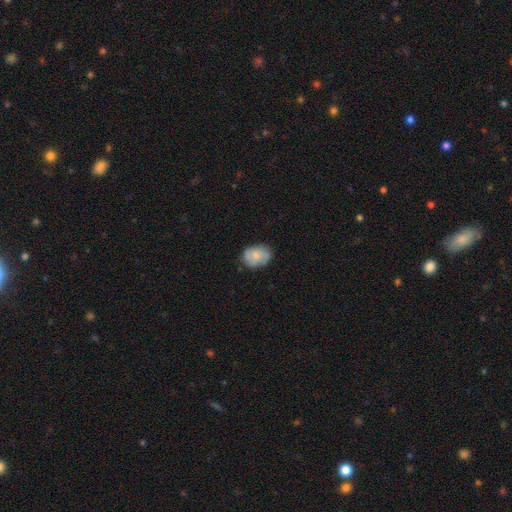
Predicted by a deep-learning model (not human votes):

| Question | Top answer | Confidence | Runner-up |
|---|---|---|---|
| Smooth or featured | smooth | 74% | featured or disk (19%) |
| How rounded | in between | 69% | round (30%) |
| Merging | none | 74% | minor disturbance (20%) |